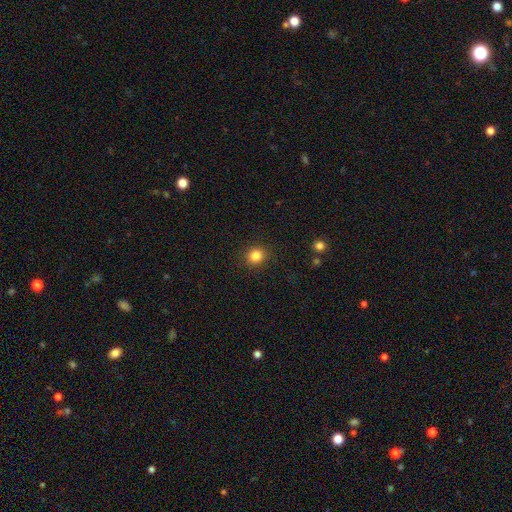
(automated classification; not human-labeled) Smooth or featured? Predicted: smooth (p=0.84). How rounded? Predicted: round (p=0.85). Merging? Predicted: none (p=0.91).